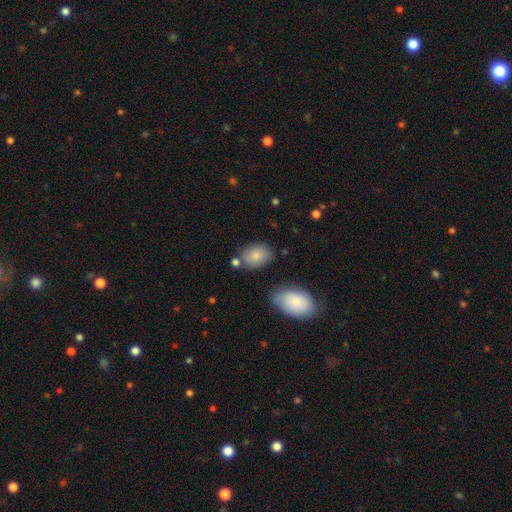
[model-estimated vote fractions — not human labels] smooth 83%, featured or disk 10%, star or artifact 7%. Down the decision tree: how rounded — in between (75%); merging — none (70%).